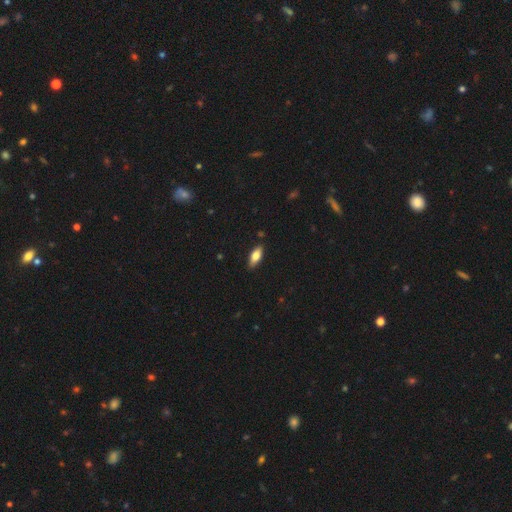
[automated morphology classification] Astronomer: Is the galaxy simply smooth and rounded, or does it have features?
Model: smooth — 72%.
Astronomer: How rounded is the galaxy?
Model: in between — 76%.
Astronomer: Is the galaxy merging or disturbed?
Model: none — 87%.